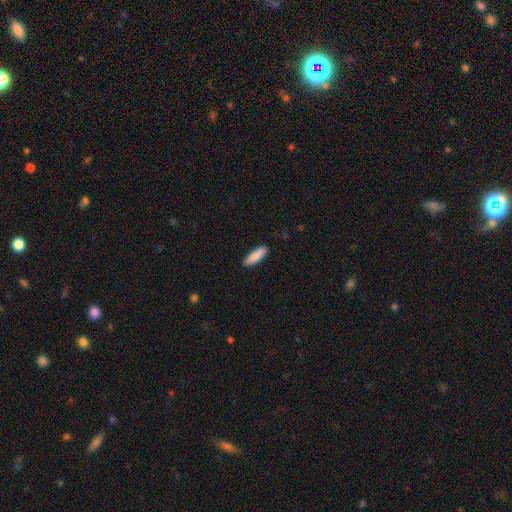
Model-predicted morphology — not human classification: smooth_or_featured: smooth (p=0.88) [alt: featured or disk p=0.06]
how_rounded: cigar-shaped (p=0.56) [alt: in between p=0.43]
merging: none (p=0.90) [alt: minor disturbance p=0.08]